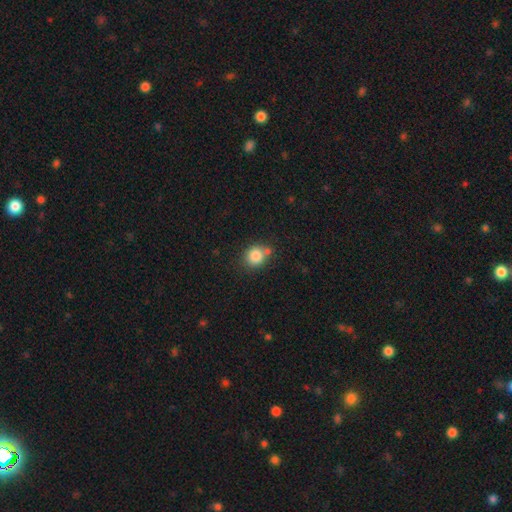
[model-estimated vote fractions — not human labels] Smooth or featured: smooth — 84% (star or artifact — 10%)
How rounded: round — 76% (in between — 23%)
Merging: none — 66% (merger — 16%)